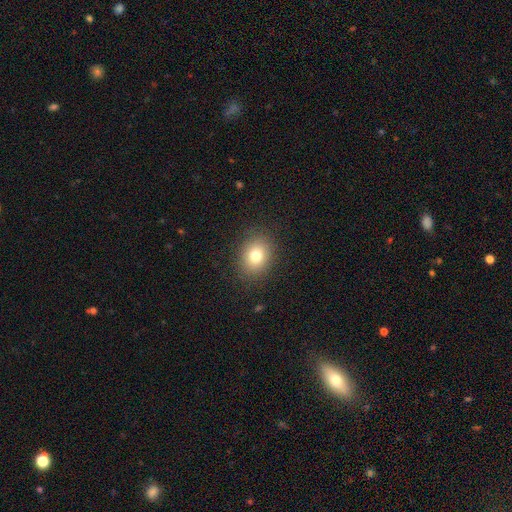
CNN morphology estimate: Q: Smooth or featured?
A: smooth (78%); runner-up: star or artifact (12%)
Q: How rounded?
A: round (50%); runner-up: in between (49%)
Q: Merging?
A: none (88%); runner-up: minor disturbance (8%)